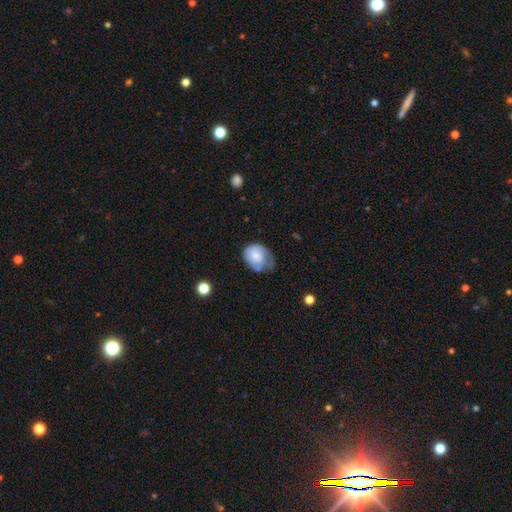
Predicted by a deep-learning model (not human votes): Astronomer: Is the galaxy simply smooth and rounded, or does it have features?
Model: smooth — 68%.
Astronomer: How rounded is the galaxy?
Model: in between — 56% (runner-up: round, 43%).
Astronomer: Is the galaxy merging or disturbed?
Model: minor disturbance — 40% (runner-up: none, 32%).